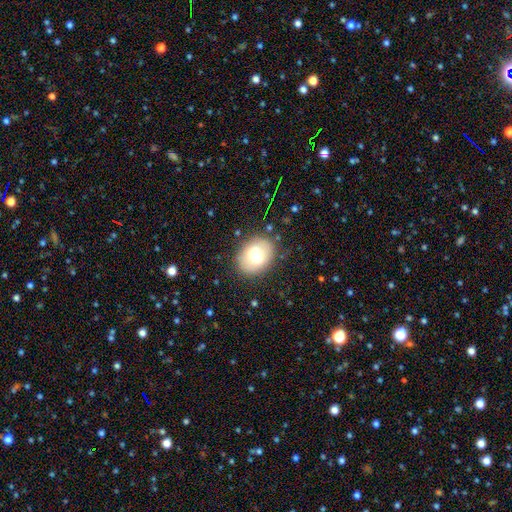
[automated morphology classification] Smooth or featured?
  - smooth: 65% *
  - featured or disk: 26%
  - star or artifact: 9%
How rounded?
  - in between: 57% *
  - round: 42%
  - cigar-shaped: 1%
Merging?
  - none: 82% *
  - minor disturbance: 12%
  - major disturbance: 4%
  - merger: 2%